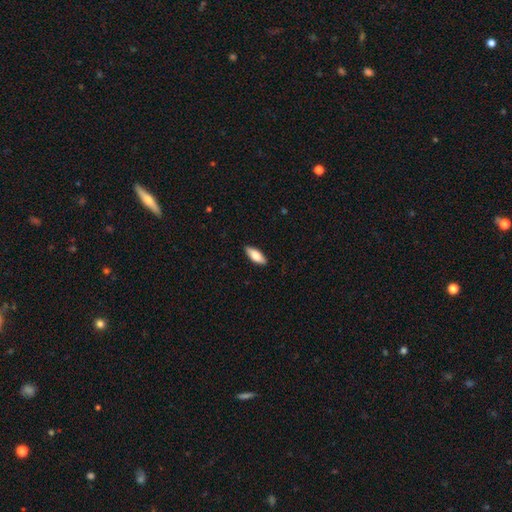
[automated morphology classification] A smooth galaxy with no disk features (79%) that is in between round and cigar-shaped (76%).

Vote fractions:
- Smooth or featured? smooth: 79% / featured or disk: 16% / star or artifact: 6%
- How rounded? in between: 76% / cigar-shaped: 22% / round: 2%
- Merging? none: 88% / minor disturbance: 9% / major disturbance: 2% / merger: 1%